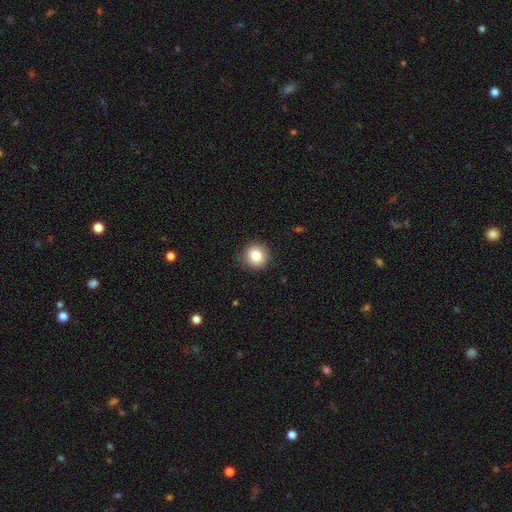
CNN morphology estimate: Smooth or featured?
  - smooth: 84% *
  - star or artifact: 10%
  - featured or disk: 6%
How rounded?
  - round: 91% *
  - in between: 8%
  - cigar-shaped: 1%
Merging?
  - none: 89% *
  - minor disturbance: 8%
  - major disturbance: 2%
  - merger: 1%